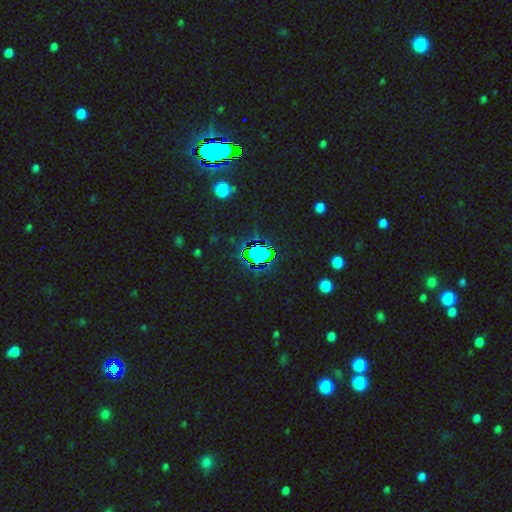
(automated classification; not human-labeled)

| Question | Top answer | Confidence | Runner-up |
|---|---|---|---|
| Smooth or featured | star or artifact | 75% | smooth (16%) |